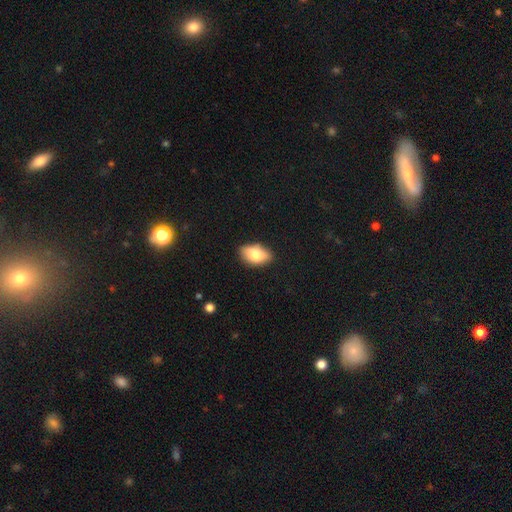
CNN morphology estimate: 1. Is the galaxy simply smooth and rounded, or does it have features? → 78% smooth, 15% featured or disk, 7% star or artifact.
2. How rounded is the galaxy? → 91% in between, 7% round, 3% cigar-shaped.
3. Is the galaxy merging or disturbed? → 80% none, 15% minor disturbance, 3% major disturbance, 1% merger.